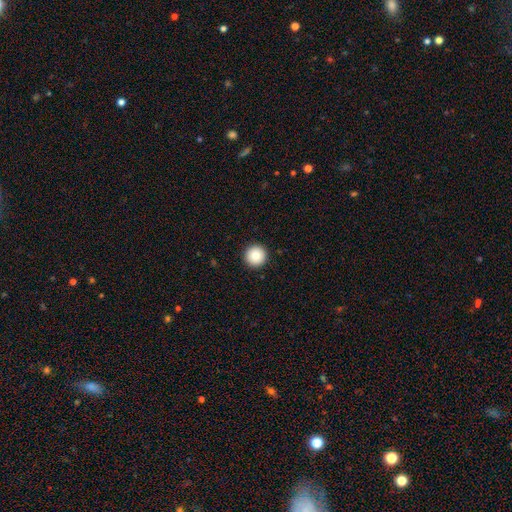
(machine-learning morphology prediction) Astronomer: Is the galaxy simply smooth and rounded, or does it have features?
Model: smooth — 84%.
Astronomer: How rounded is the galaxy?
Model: round — 97%.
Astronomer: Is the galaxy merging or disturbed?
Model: none — 94%.